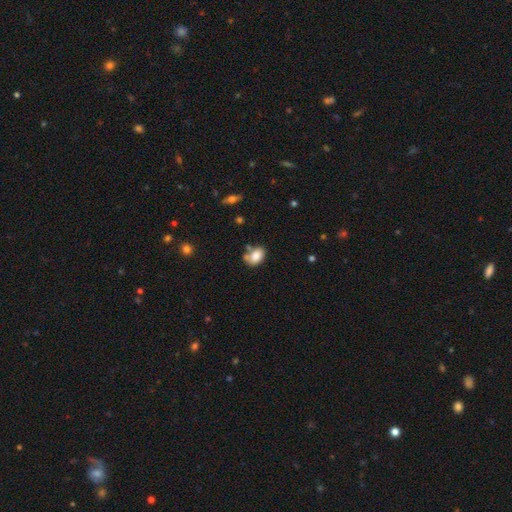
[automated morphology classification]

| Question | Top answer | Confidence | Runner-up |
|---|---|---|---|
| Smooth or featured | smooth | 80% | featured or disk (11%) |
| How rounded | in between | 80% | round (19%) |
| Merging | none | 52% | minor disturbance (24%) |